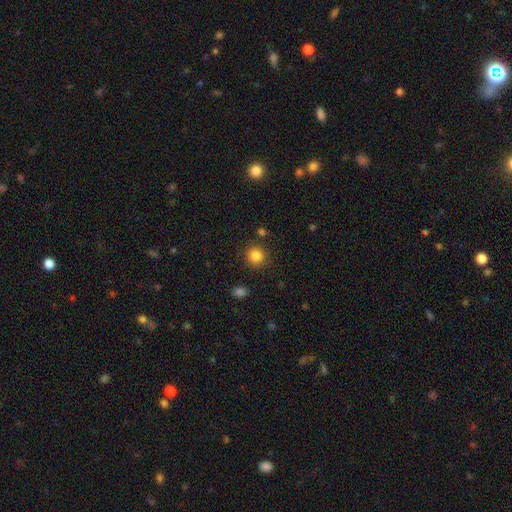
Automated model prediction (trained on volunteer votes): Smooth or featured: smooth — 85% (star or artifact — 11%)
How rounded: round — 89% (in between — 10%)
Merging: none — 87% (minor disturbance — 7%)